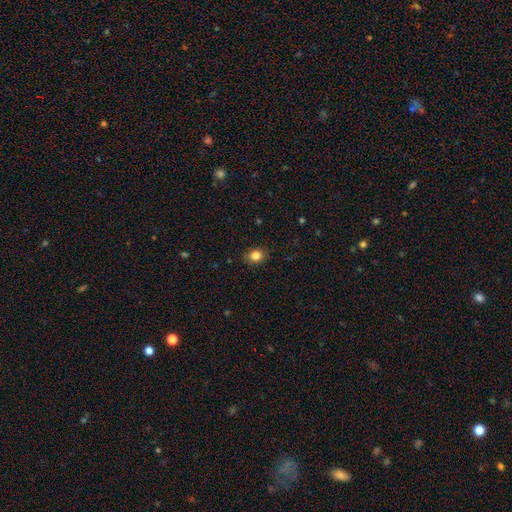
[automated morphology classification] The model was most divided on "how rounded": round: 52%, in between: 47%, cigar-shaped: 1%. More confident: merging — none (89%); smooth or featured — smooth (83%).